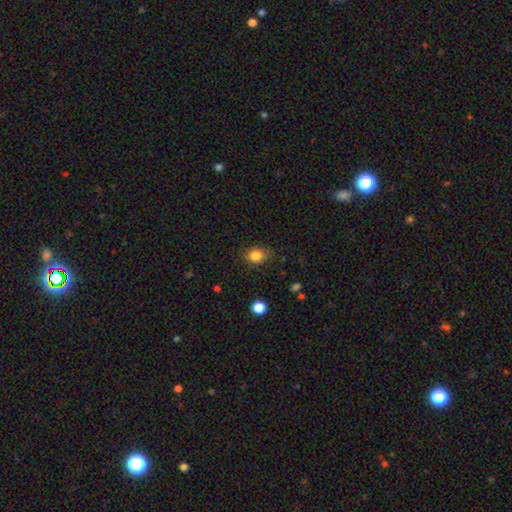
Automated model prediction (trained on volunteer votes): Smooth or featured? smooth (84%)
How rounded? round (65%)
Merging? none (79%)